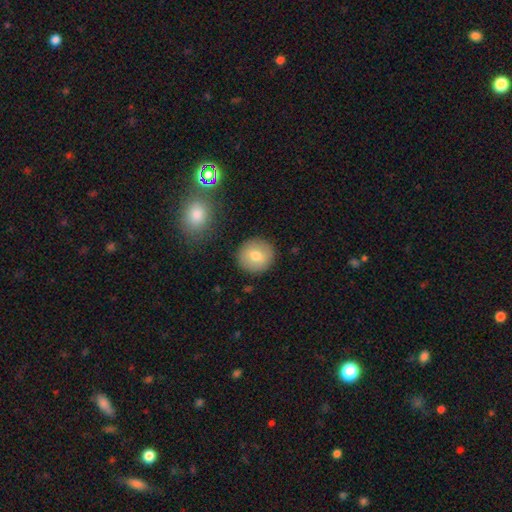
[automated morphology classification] The model was most divided on "smooth or featured": smooth: 74%, featured or disk: 17%, star or artifact: 8%. More confident: how rounded — round (92%); merging — none (87%).